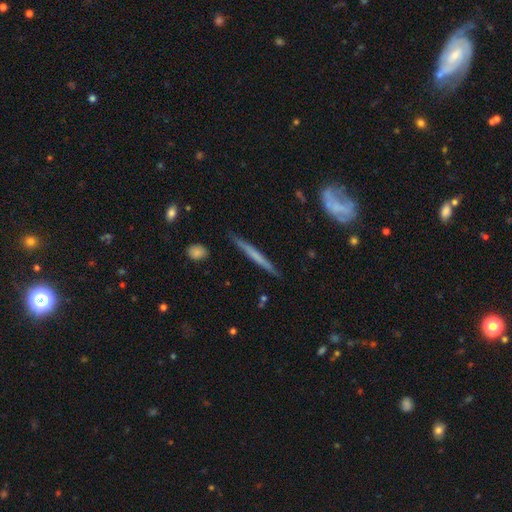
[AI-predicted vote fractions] Smooth or featured? Predicted: featured or disk (p=0.52). Edge-on disk? Predicted: yes (p=0.96). Merging? Predicted: none (p=0.86).